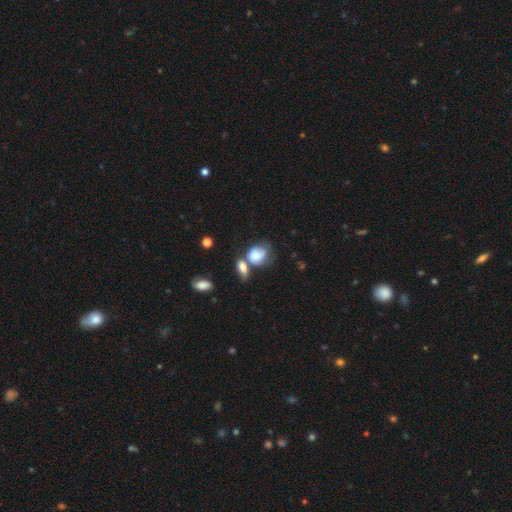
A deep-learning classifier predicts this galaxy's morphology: smooth_or_featured: smooth (p=0.72) [alt: featured or disk p=0.20]
how_rounded: in between (p=0.58) [alt: round p=0.41]
merging: merger (p=0.40) [alt: none p=0.26]